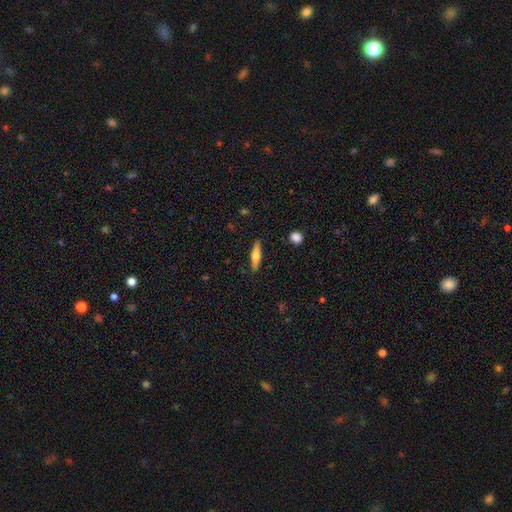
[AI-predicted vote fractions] Smooth or featured?
  - smooth: 54% *
  - featured or disk: 40%
  - star or artifact: 6%
How rounded?
  - cigar-shaped: 75% *
  - in between: 23%
  - round: 2%
Merging?
  - none: 89% *
  - minor disturbance: 8%
  - major disturbance: 2%
  - merger: 1%